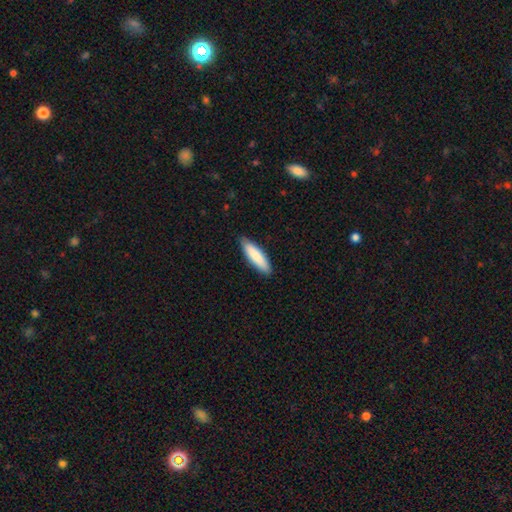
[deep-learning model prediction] smooth_or_featured: smooth (p=0.85) [alt: featured or disk p=0.10]
how_rounded: cigar-shaped (p=0.64) [alt: in between p=0.35]
merging: none (p=0.86) [alt: minor disturbance p=0.11]